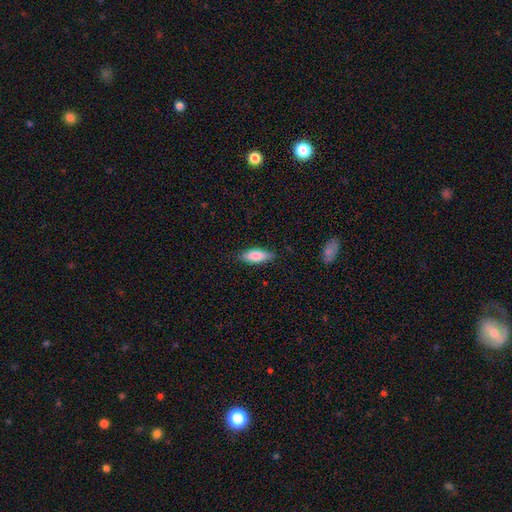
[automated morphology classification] Overall: smooth (82%). How rounded: in between (68%; cigar-shaped 30%). Merging: none (83%).